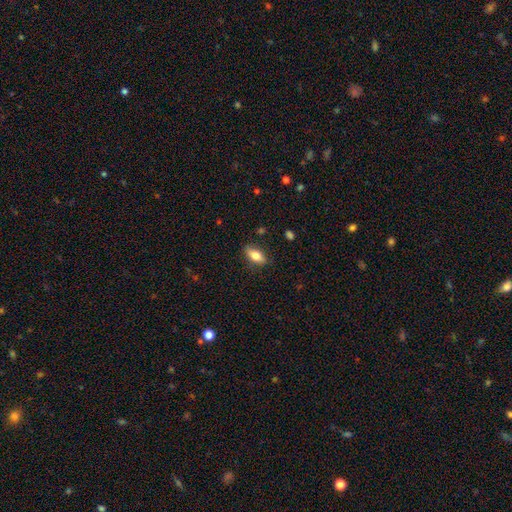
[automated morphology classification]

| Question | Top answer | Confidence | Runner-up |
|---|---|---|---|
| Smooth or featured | smooth | 75% | featured or disk (18%) |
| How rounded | in between | 83% | cigar-shaped (13%) |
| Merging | none | 83% | minor disturbance (13%) |